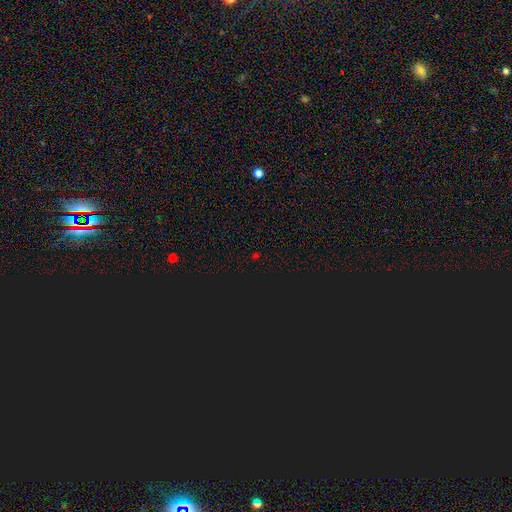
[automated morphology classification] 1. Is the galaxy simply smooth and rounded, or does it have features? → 70% star or artifact, 24% smooth, 6% featured or disk.